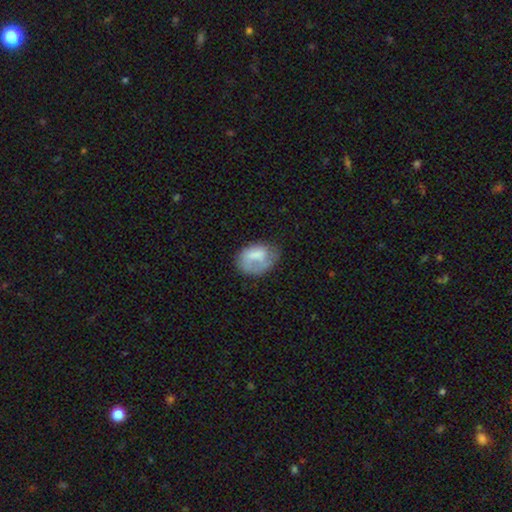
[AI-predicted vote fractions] smooth-or-featured: smooth: 63% | featured or disk: 30% | star or artifact: 8%
  how-rounded: in between: 72% | round: 27% | cigar-shaped: 1%
  merging: none: 46% | minor disturbance: 29% | major disturbance: 21% | merger: 4%